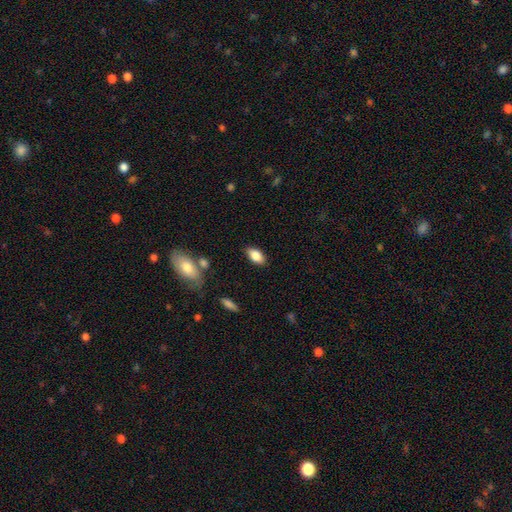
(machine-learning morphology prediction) Smooth or featured? smooth (84%)
How rounded? in between (91%)
Merging? none (85%)